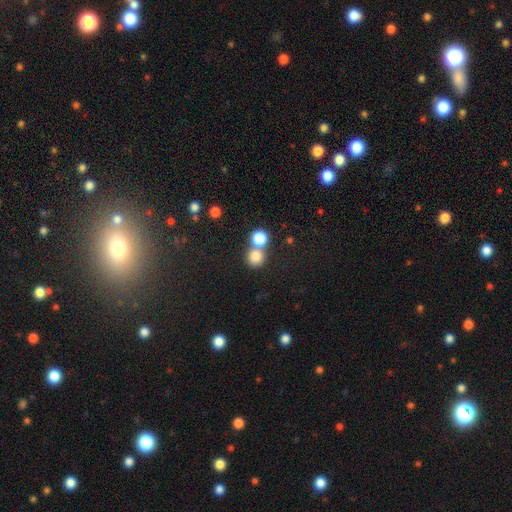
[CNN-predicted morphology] Smooth or featured? smooth (80%)
How rounded? round (88%)
Merging? none (48%)